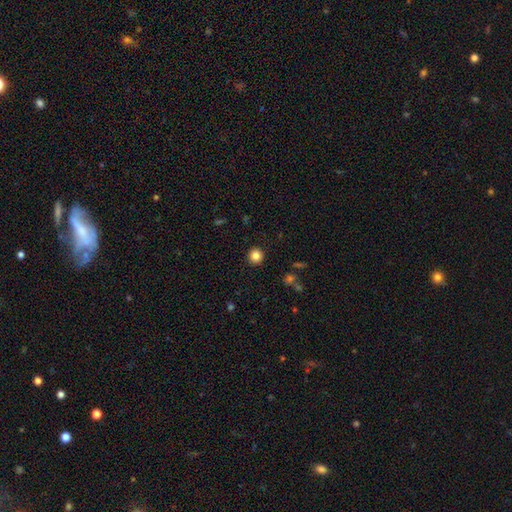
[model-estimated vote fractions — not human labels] Overall: smooth (84%). How rounded: round (93%). Merging: none (92%).